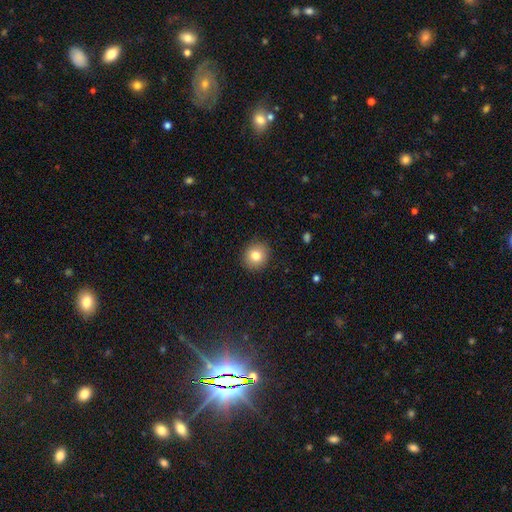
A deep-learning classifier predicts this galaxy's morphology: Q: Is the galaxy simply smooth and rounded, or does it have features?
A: smooth — 81%.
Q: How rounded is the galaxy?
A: round — 86%.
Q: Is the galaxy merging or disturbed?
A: none — 90%.